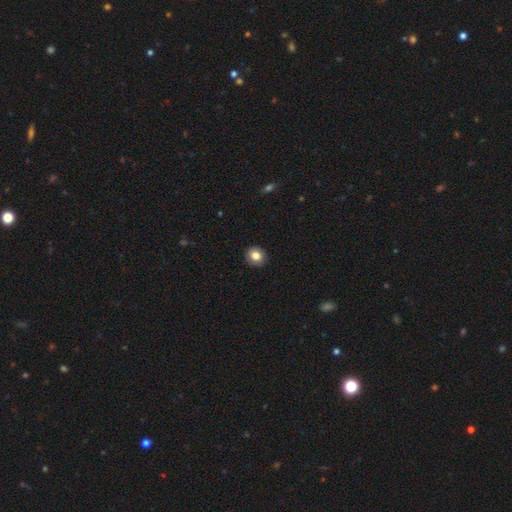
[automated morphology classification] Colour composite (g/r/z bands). It shows a smooth galaxy with no disk features (83%) that is round (88%). Merging: none (92%).